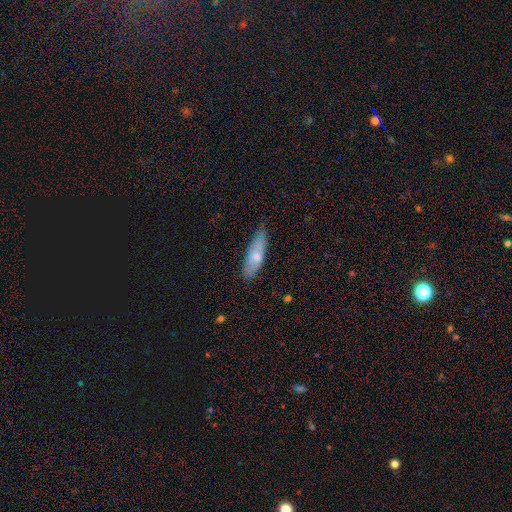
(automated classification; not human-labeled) Smooth or featured?
  - smooth: 67% *
  - featured or disk: 27%
  - star or artifact: 6%
How rounded?
  - in between: 52% *
  - cigar-shaped: 46%
  - round: 2%
Merging?
  - none: 71% *
  - minor disturbance: 23%
  - major disturbance: 4%
  - merger: 1%